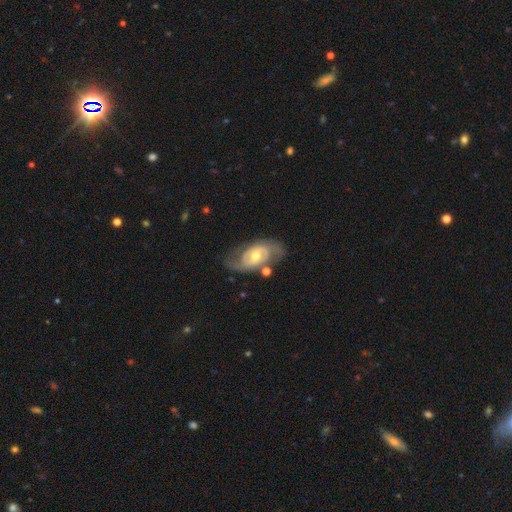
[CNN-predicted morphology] The model was most divided on "spiral winding": tight: 42%, medium: 41%, loose: 17%. More confident: edge-on disk — no (95%); spiral arms — yes (82%); smooth or featured — featured or disk (79%); spiral arm count — 2 (76%); bulge size — moderate (71%); merging — none (62%); bar — no (58%).